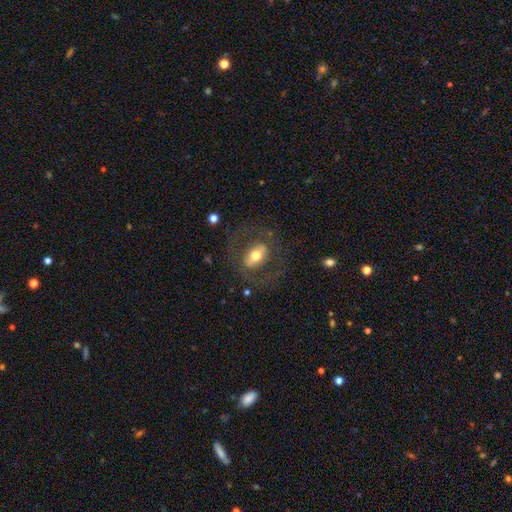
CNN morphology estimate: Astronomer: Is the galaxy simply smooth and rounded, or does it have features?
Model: featured or disk — 53% (runner-up: smooth, 40%).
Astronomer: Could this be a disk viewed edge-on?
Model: no — 91%.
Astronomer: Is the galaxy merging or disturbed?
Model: none — 71%.